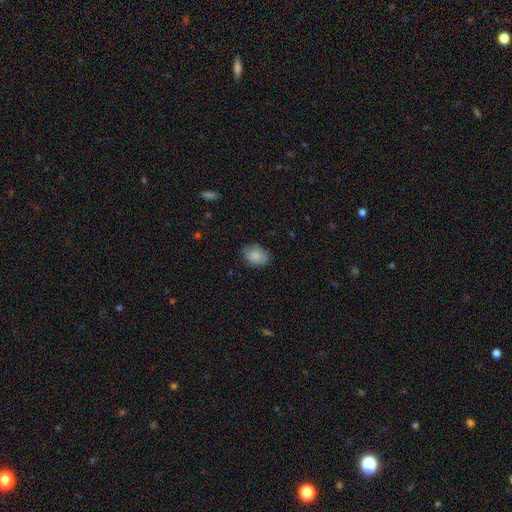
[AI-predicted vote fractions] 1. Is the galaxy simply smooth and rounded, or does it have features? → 85% smooth, 8% featured or disk, 7% star or artifact.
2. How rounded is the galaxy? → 73% in between, 26% round, 1% cigar-shaped.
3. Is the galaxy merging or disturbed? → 81% none, 15% minor disturbance, 3% major disturbance, 1% merger.